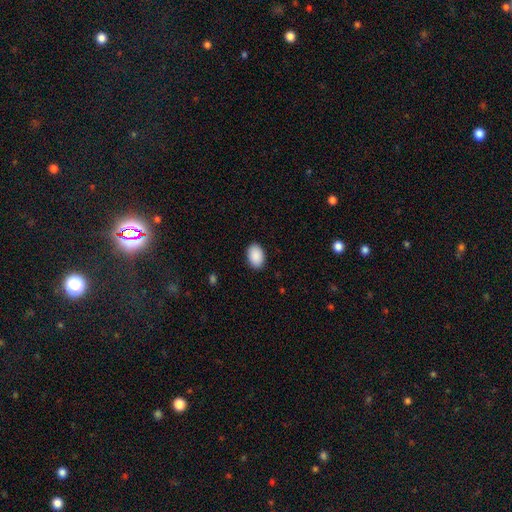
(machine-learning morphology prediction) Smooth or featured?
  - smooth: 91% *
  - star or artifact: 6%
  - featured or disk: 3%
How rounded?
  - in between: 89% *
  - round: 10%
  - cigar-shaped: 1%
Merging?
  - none: 89% *
  - minor disturbance: 8%
  - major disturbance: 2%
  - merger: 1%